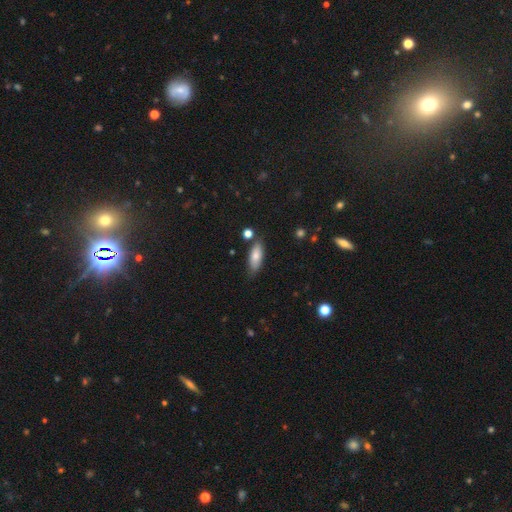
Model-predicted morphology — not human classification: Smooth or featured? Predicted: smooth (p=0.78). How rounded? Predicted: in between (p=0.73). Merging? Predicted: none (p=0.76).